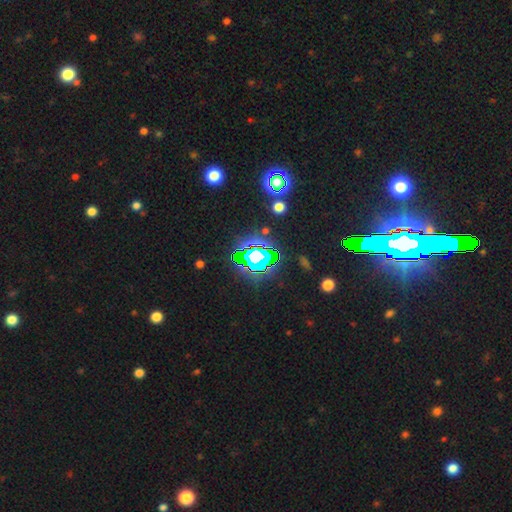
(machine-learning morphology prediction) star or artifact 72%, smooth 15%, featured or disk 12%.